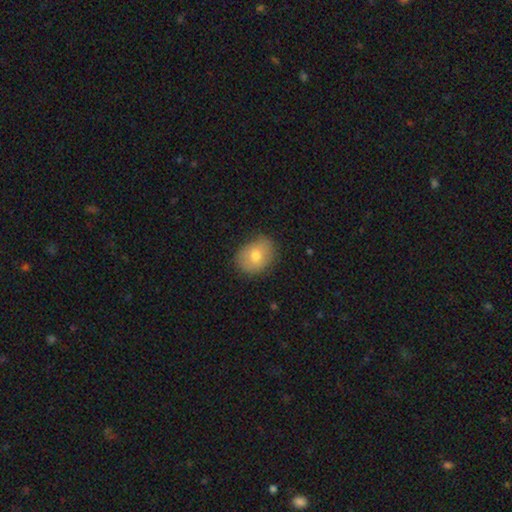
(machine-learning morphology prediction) smooth_or_featured: smooth (p=0.74) [alt: featured or disk p=0.17]
how_rounded: in between (p=0.53) [alt: round p=0.46]
merging: none (p=0.78) [alt: minor disturbance p=0.18]